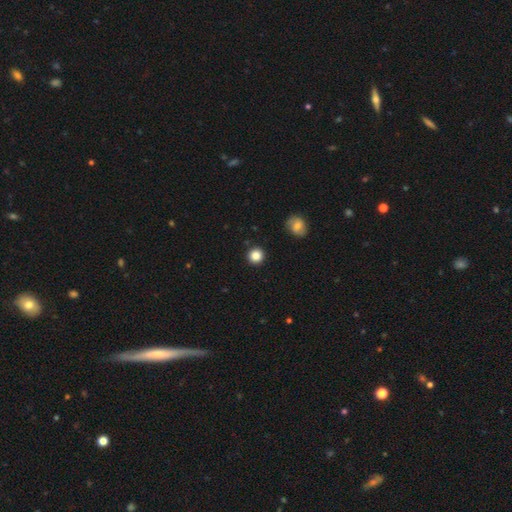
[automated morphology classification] smooth_or_featured: smooth (p=0.85) [alt: star or artifact p=0.10]
how_rounded: round (p=0.94) [alt: in between p=0.05]
merging: none (p=0.92) [alt: minor disturbance p=0.05]